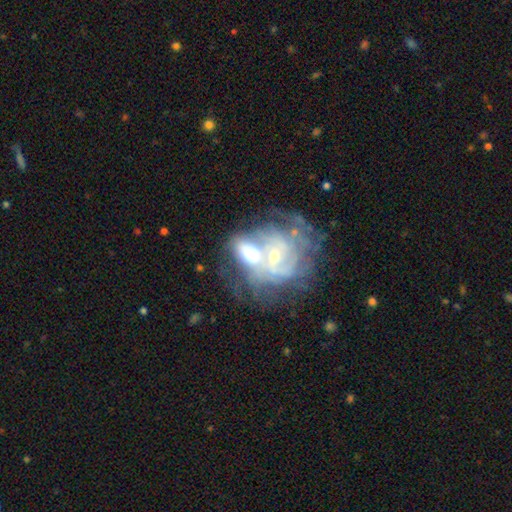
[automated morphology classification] Overall: featured or disk (74%). Edge-on disk: no (97%). Bar: no (67%). Spiral arms: yes (74%). Spiral arm count: can't tell (49%; 2 24%). Spiral winding: tight (51%; medium 33%). Bulge size: small (50%; moderate 40%). Merging: merger (60%; none 20%).